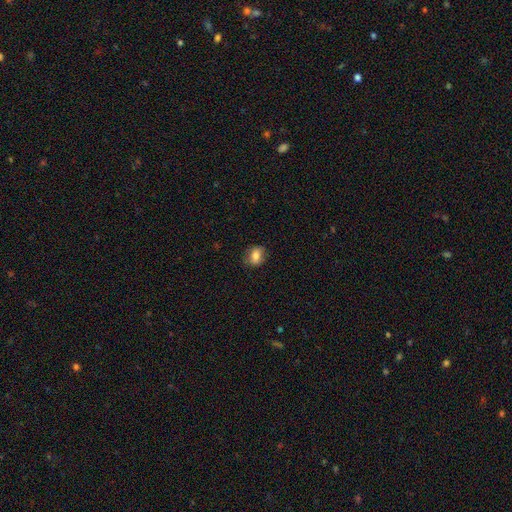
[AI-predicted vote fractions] This is likely a smooth galaxy (77%). How rounded: possibly in between (59%). Merging: likely none (79%).